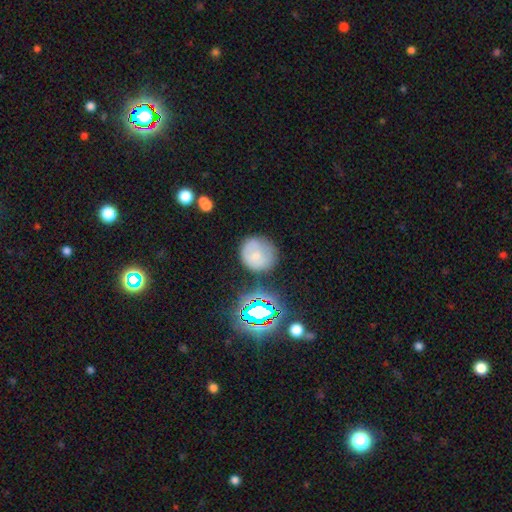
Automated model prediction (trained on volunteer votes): This is likely a smooth galaxy (64%). How rounded: clearly round (85%). Merging: likely none (65%).